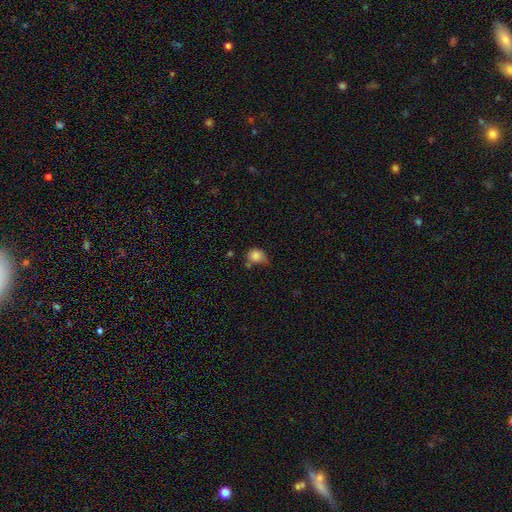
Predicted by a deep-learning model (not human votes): The model was most divided on "merging": none: 37%, minor disturbance: 36%, major disturbance: 16%, merger: 11%. More confident: smooth or featured — smooth (82%); how rounded — round (66%).